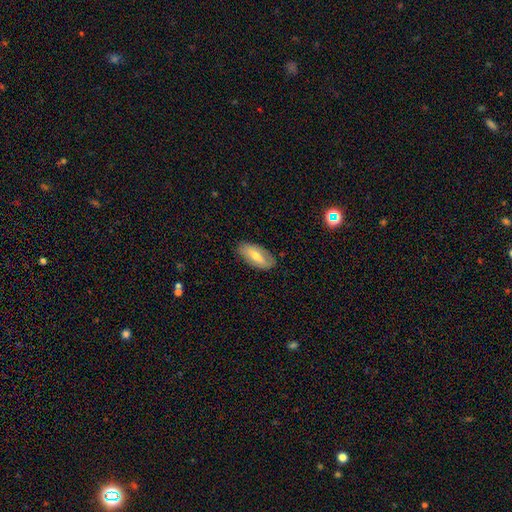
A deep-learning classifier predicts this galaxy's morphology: type=smooth (56%); roundness=in between (89%); merging=none (80%).